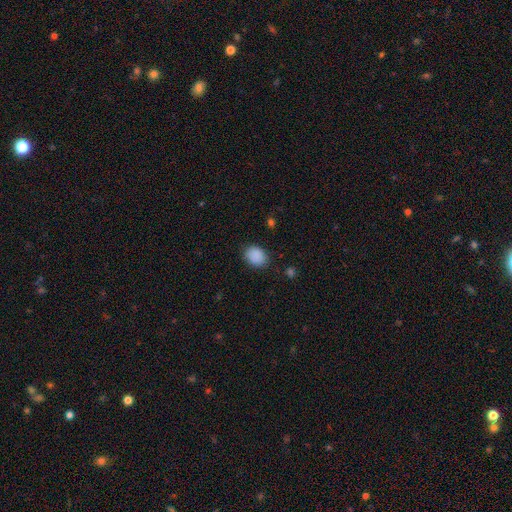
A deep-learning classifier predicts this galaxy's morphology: Overall: smooth (89%). How rounded: in between (60%; round 39%). Merging: none (82%).